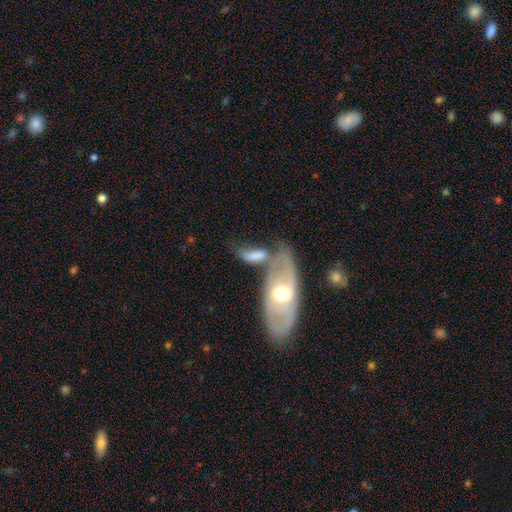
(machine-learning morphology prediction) Smooth or featured: smooth — 62% (featured or disk — 31%)
How rounded: in between — 75% (cigar-shaped — 21%)
Merging: merger — 44% (none — 28%)